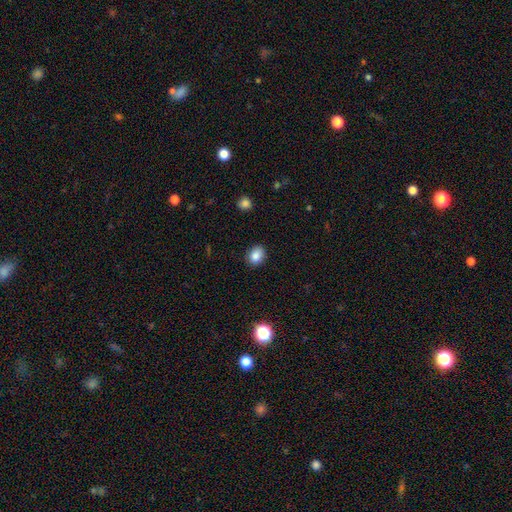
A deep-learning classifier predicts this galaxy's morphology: type=smooth (85%); roundness=in between (52%); merging=none (87%).